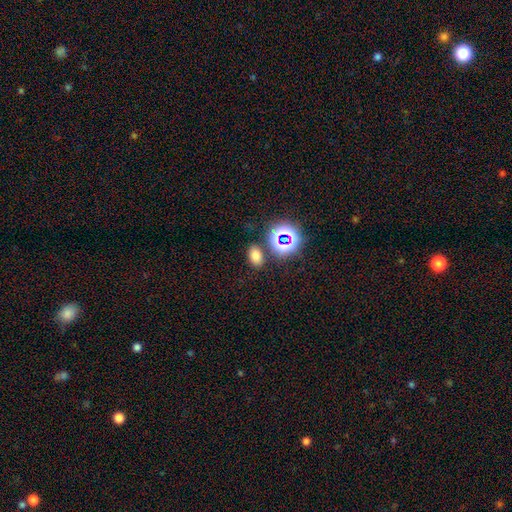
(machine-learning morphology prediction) Smooth or featured? smooth (71%)
How rounded? in between (81%)
Merging? none (82%)